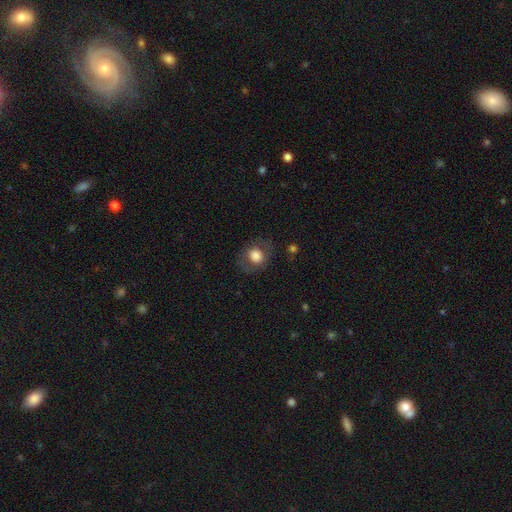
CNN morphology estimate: smooth 71%, featured or disk 20%, star or artifact 8%. Down the decision tree: how rounded — round (69%); merging — none (75%).